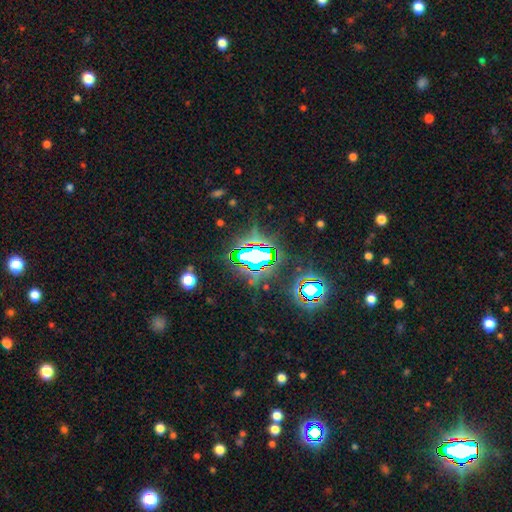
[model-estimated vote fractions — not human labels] smooth-or-featured: star or artifact: 74% | smooth: 14% | featured or disk: 12%